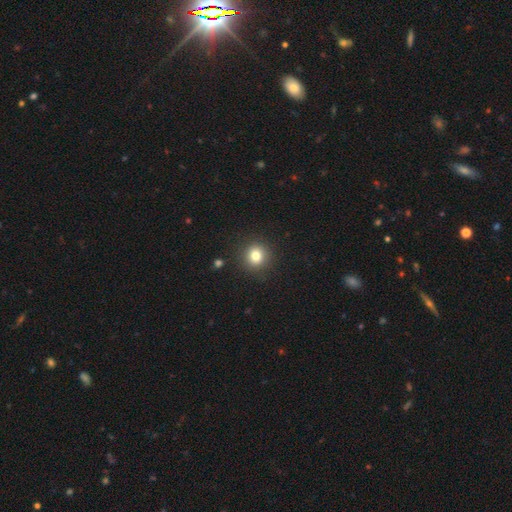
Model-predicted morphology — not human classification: Smooth or featured? Predicted: smooth (p=0.80). How rounded? Predicted: round (p=0.89). Merging? Predicted: none (p=0.90).